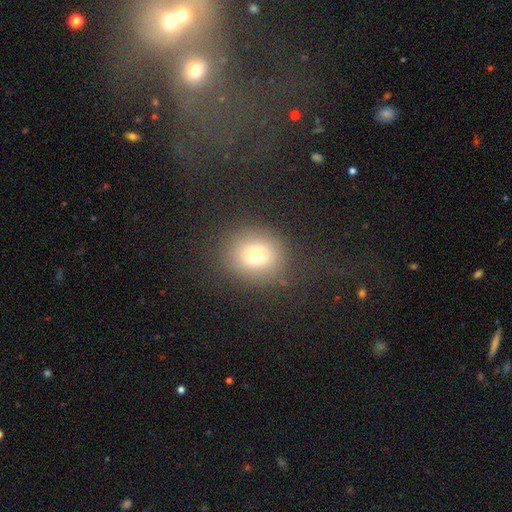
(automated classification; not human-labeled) smooth 70%, star or artifact 16%, featured or disk 13%. Down the decision tree: how rounded — round (82%); merging — none (81%).